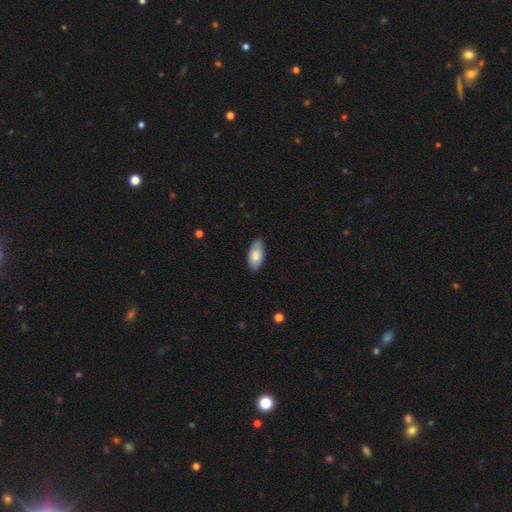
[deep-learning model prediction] Q: Smooth or featured?
A: smooth (81%); runner-up: featured or disk (13%)
Q: How rounded?
A: in between (94%); runner-up: cigar-shaped (4%)
Q: Merging?
A: none (82%); runner-up: minor disturbance (15%)